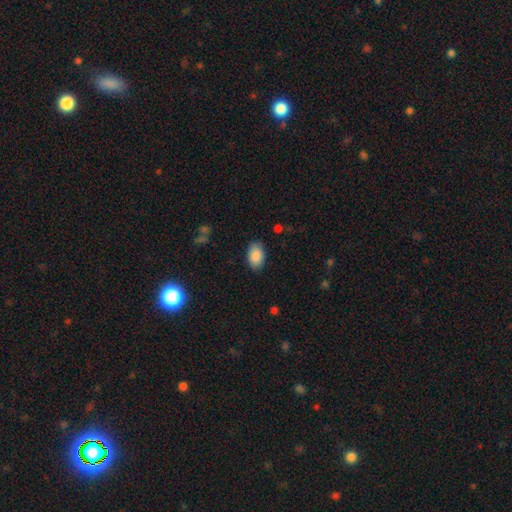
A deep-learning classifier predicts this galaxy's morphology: Smooth or featured? smooth (89%)
How rounded? in between (92%)
Merging? none (85%)